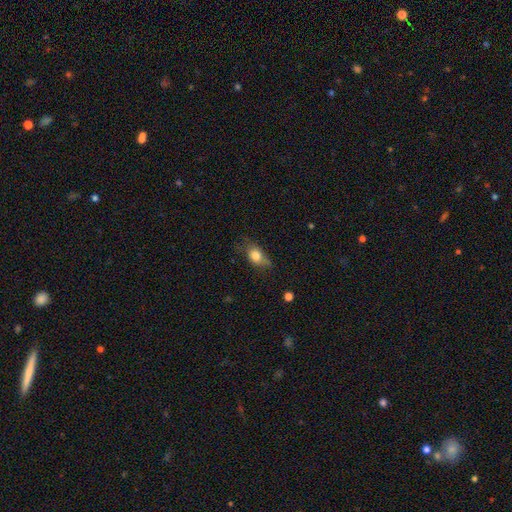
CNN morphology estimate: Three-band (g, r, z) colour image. It shows a smooth galaxy with no disk features (77%) that is in between round and cigar-shaped (77%). Merging: none (50%).